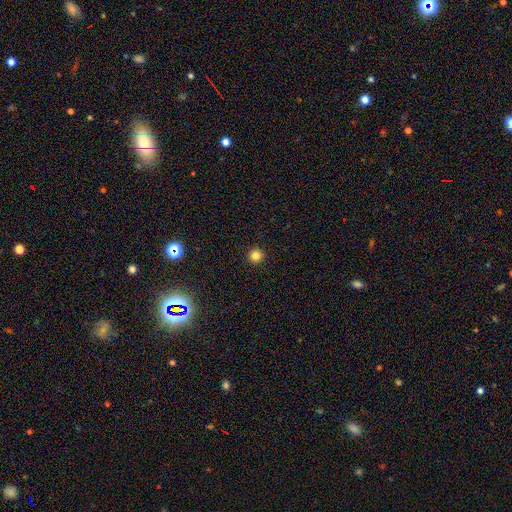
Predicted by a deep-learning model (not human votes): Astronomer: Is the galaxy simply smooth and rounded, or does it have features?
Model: smooth — 81%.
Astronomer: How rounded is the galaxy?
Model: round — 96%.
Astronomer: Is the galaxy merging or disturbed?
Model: none — 94%.